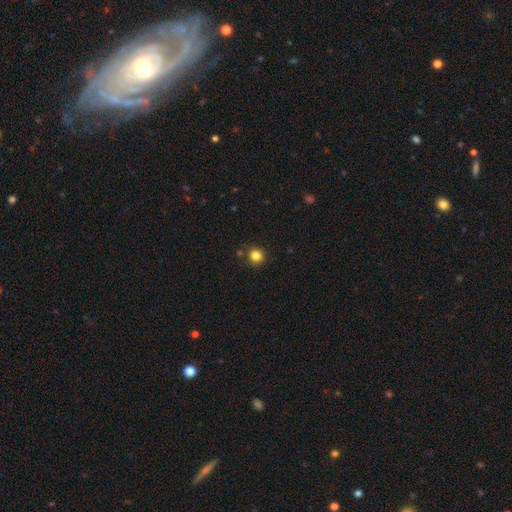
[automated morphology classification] This appears to be a smooth galaxy with no disk features (83%) that is round (92%). Merging: none (89%).